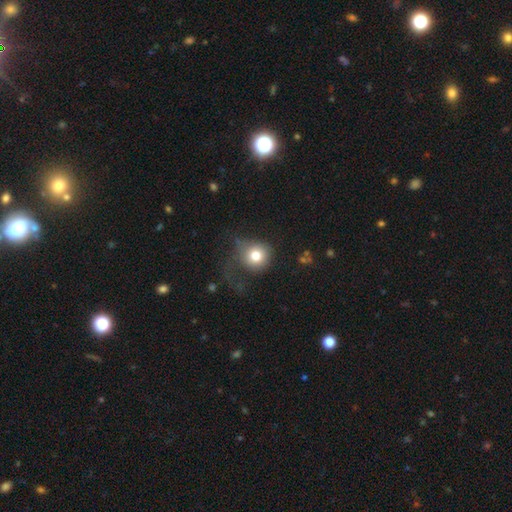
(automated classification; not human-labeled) A smooth galaxy with no disk features (76%) that is round (90%).

Vote fractions:
- Smooth or featured? smooth: 76% / featured or disk: 13% / star or artifact: 11%
- How rounded? round: 90% / in between: 9% / cigar-shaped: 1%
- Merging? none: 50% / major disturbance: 25% / minor disturbance: 22% / merger: 2%